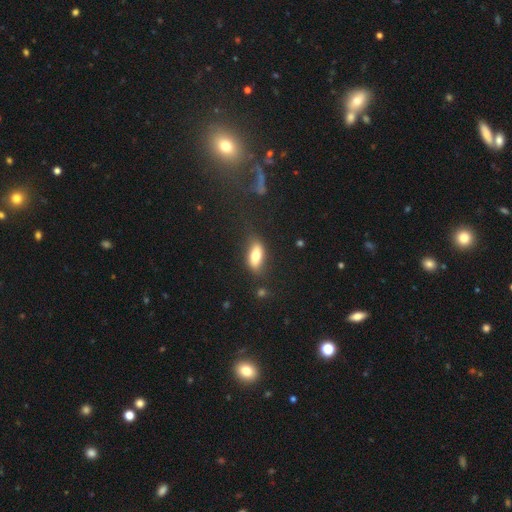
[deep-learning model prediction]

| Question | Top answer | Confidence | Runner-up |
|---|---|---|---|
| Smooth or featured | smooth | 75% | featured or disk (18%) |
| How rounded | in between | 80% | cigar-shaped (17%) |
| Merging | none | 68% | minor disturbance (20%) |